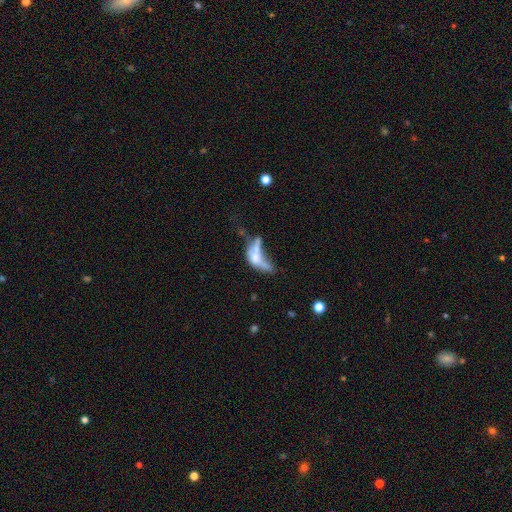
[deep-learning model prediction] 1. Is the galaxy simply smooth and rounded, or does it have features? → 47% featured or disk, 41% smooth, 12% star or artifact.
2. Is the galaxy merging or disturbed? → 47% merger, 31% major disturbance, 12% none, 10% minor disturbance.